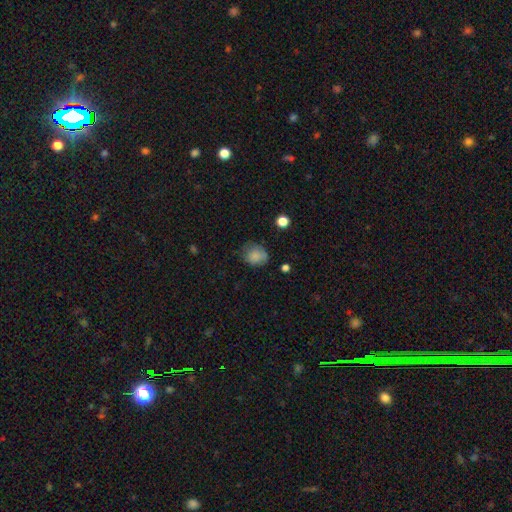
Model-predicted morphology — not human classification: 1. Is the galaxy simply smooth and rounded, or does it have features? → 83% smooth, 10% star or artifact, 8% featured or disk.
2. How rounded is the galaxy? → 66% round, 33% in between, 1% cigar-shaped.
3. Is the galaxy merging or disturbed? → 62% none, 27% minor disturbance, 8% major disturbance, 2% merger.